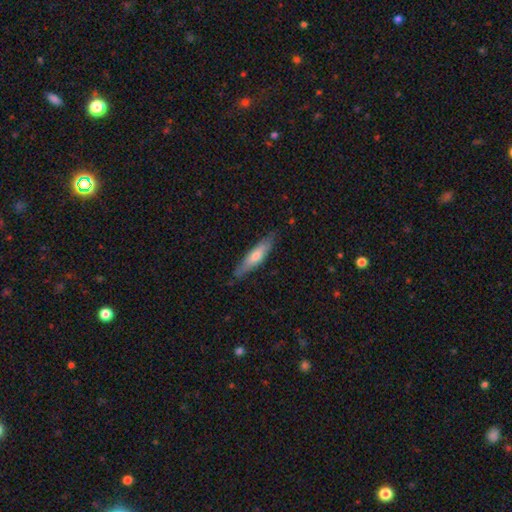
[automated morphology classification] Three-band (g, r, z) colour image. It shows a smooth galaxy with no disk features (59%) that is cigar-shaped (79%). Merging: none (82%).